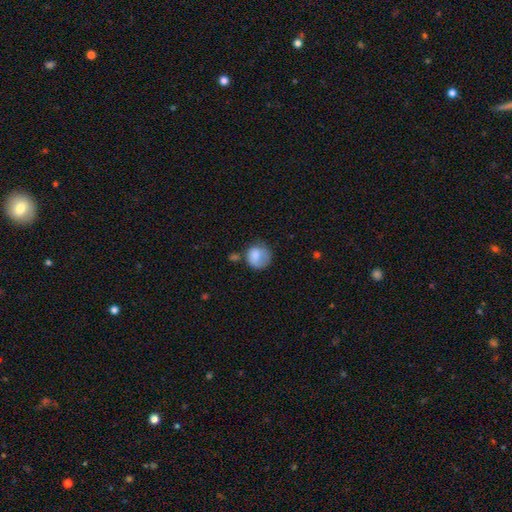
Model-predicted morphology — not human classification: Smooth or featured? smooth (80%)
How rounded? round (82%)
Merging? none (47%)